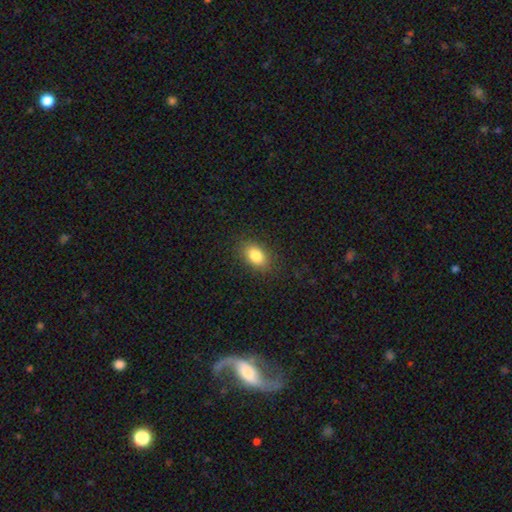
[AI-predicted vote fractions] This appears to be a smooth galaxy with no disk features (84%) that is in between round and cigar-shaped (85%). Merging: none (86%).